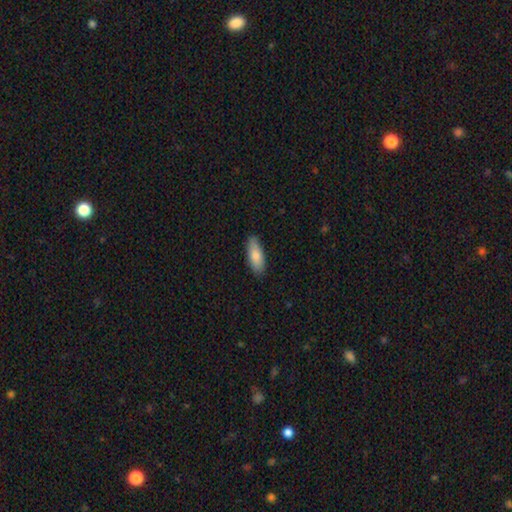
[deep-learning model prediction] This is clearly a smooth galaxy (83%). How rounded: likely in between (75%). Merging: clearly none (86%).